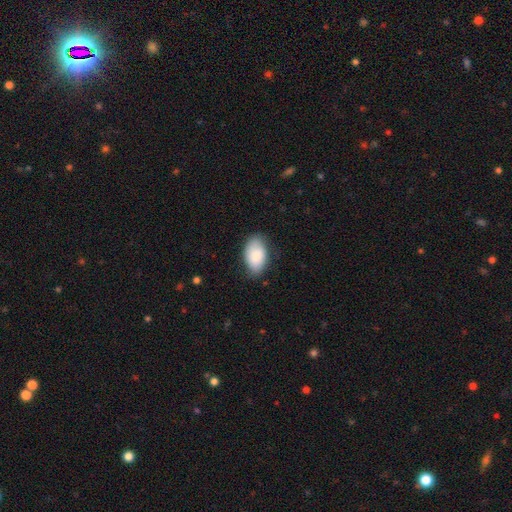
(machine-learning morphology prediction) smooth-or-featured: smooth: 85% | featured or disk: 9% | star or artifact: 6%
  how-rounded: in between: 94% | round: 4% | cigar-shaped: 1%
  merging: none: 74% | minor disturbance: 21% | major disturbance: 4% | merger: 1%